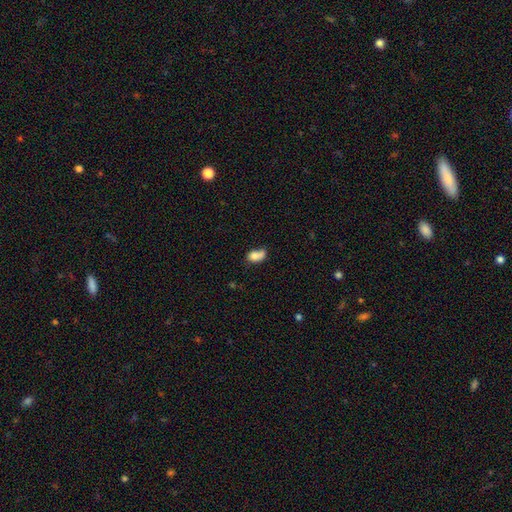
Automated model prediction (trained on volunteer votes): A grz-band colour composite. It shows a smooth galaxy with no disk features (75%) that is in between round and cigar-shaped (78%). Merging: merger (34%).